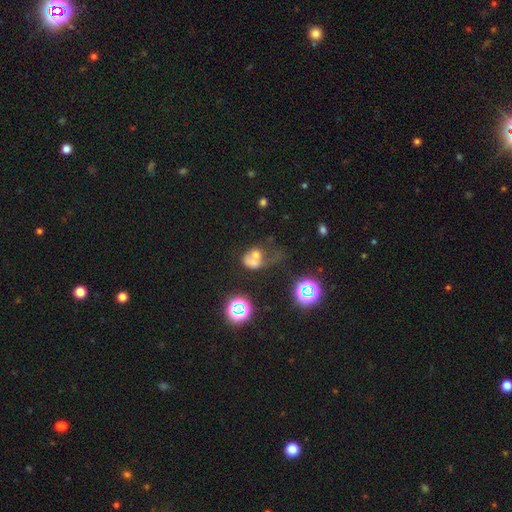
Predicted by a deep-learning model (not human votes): Smooth or featured? Predicted: smooth (p=0.47). Merging? Predicted: merger (p=0.54).